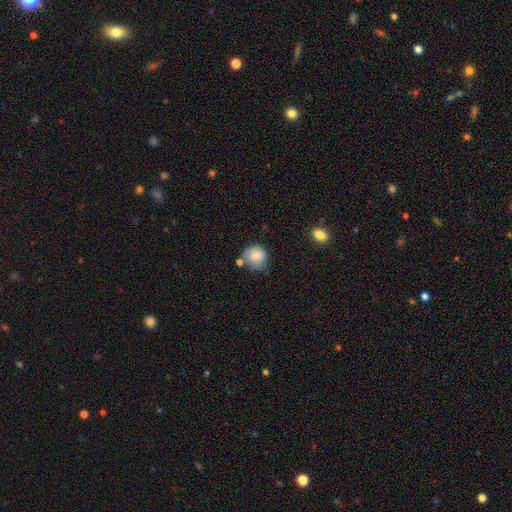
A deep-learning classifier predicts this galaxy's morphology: smooth-or-featured: smooth: 77% | featured or disk: 15% | star or artifact: 8%
  how-rounded: round: 84% | in between: 15% | cigar-shaped: 1%
  merging: none: 53% | minor disturbance: 27% | merger: 12% | major disturbance: 8%